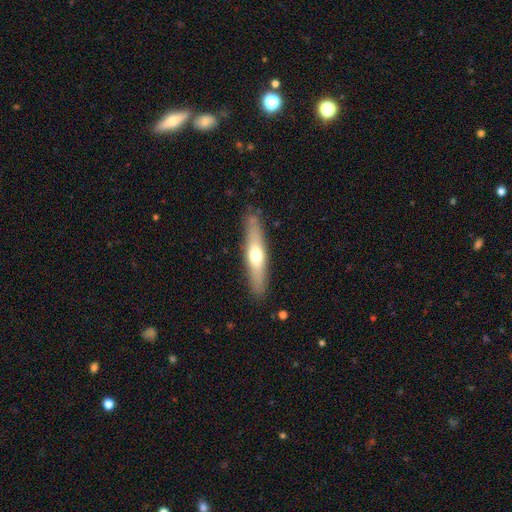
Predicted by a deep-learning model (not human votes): Smooth or featured?
  - smooth: 49% *
  - featured or disk: 45%
  - star or artifact: 5%
Merging?
  - none: 86% *
  - minor disturbance: 10%
  - major disturbance: 2%
  - merger: 1%